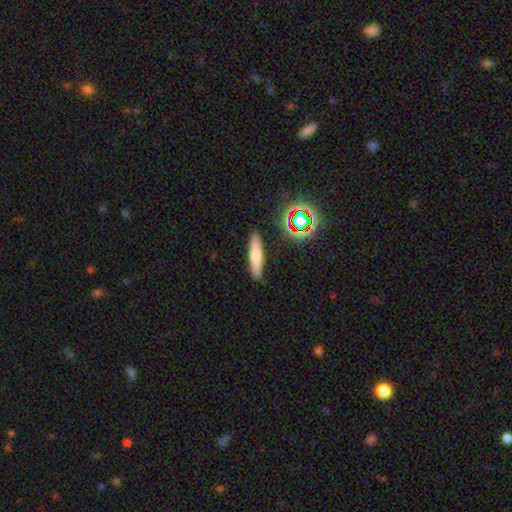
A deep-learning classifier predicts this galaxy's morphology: Smooth or featured?
  - smooth: 63% *
  - featured or disk: 27%
  - star or artifact: 10%
How rounded?
  - cigar-shaped: 84% *
  - in between: 14%
  - round: 2%
Merging?
  - none: 88% *
  - minor disturbance: 8%
  - merger: 2%
  - major disturbance: 2%